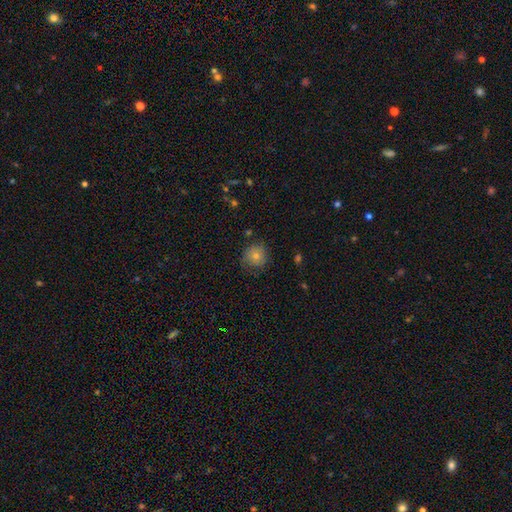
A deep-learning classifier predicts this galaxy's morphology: type=smooth (78%); roundness=round (91%); merging=none (76%).